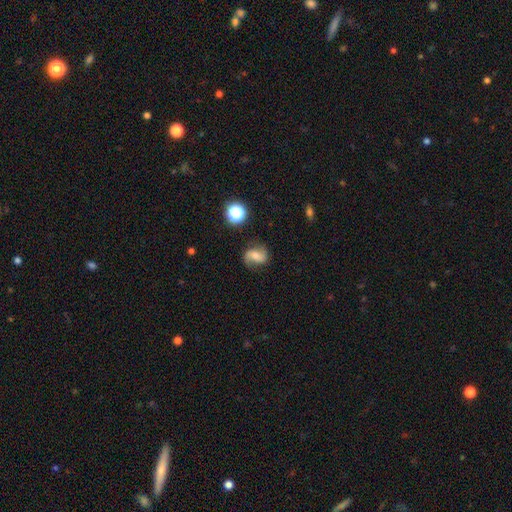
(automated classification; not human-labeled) A featured or disk galaxy (56%) with no bar (40%), spiral arms (89%) and a moderate central bulge (42%). Merging: none (73%).